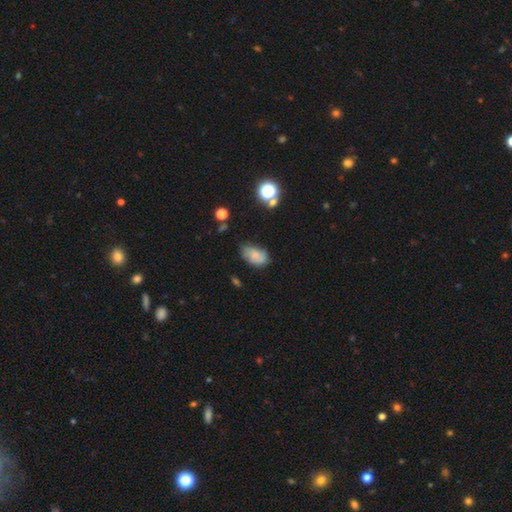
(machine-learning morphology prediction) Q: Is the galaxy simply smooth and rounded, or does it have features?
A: smooth — 64%.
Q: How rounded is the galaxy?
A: in between — 89%.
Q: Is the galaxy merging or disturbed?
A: none — 52%.